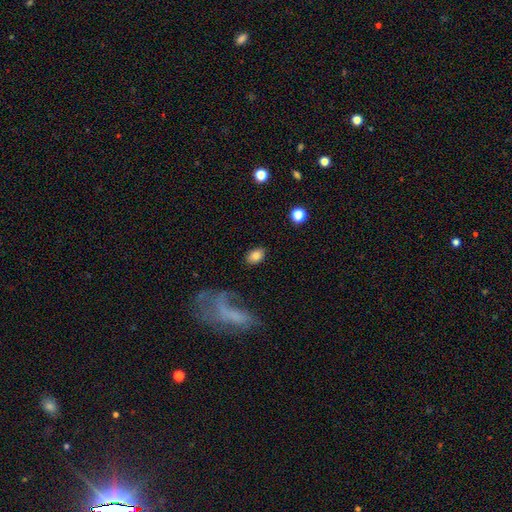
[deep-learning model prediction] This is clearly a smooth galaxy (80%). How rounded: clearly in between (84%). Merging: clearly none (83%).